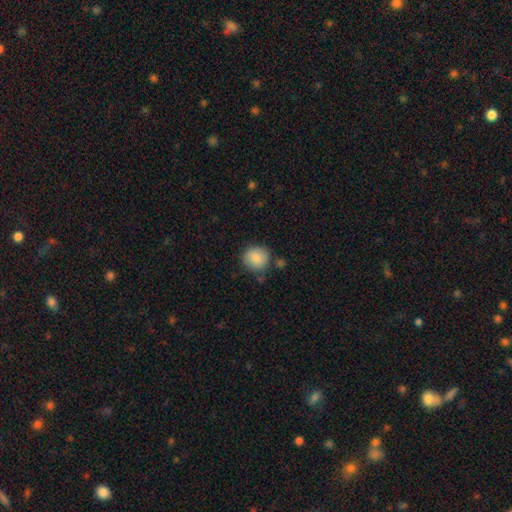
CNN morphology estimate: Q: Smooth or featured?
A: smooth (85%); runner-up: star or artifact (8%)
Q: How rounded?
A: round (89%); runner-up: in between (10%)
Q: Merging?
A: none (79%); runner-up: minor disturbance (13%)